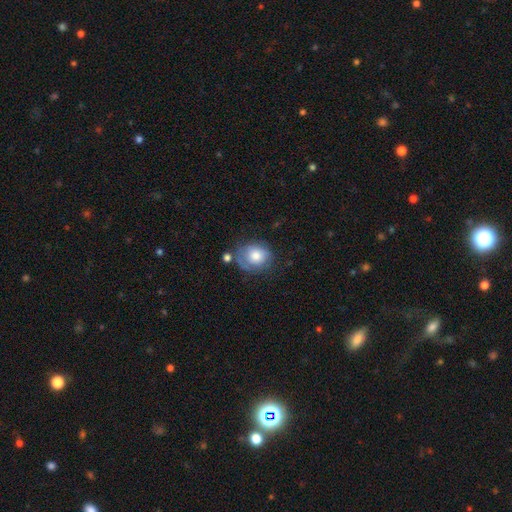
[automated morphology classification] smooth-or-featured: smooth: 69% | featured or disk: 22% | star or artifact: 8%
  how-rounded: round: 65% | in between: 34% | cigar-shaped: 1%
  merging: none: 52% | minor disturbance: 26% | major disturbance: 13% | merger: 8%